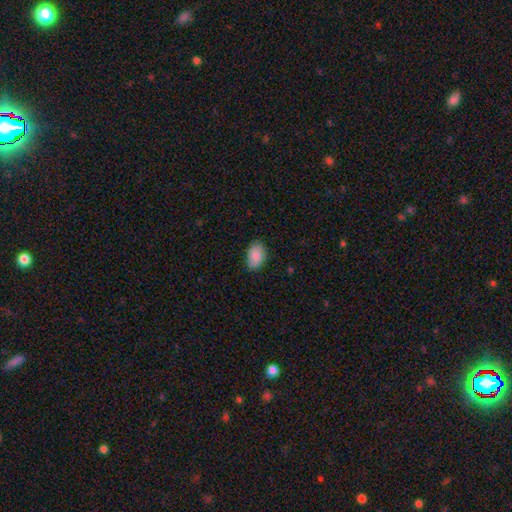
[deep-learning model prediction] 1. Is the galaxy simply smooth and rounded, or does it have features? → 87% smooth, 7% star or artifact, 6% featured or disk.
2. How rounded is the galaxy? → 89% in between, 10% round, 1% cigar-shaped.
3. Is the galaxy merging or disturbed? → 80% none, 17% minor disturbance, 3% major disturbance, 1% merger.